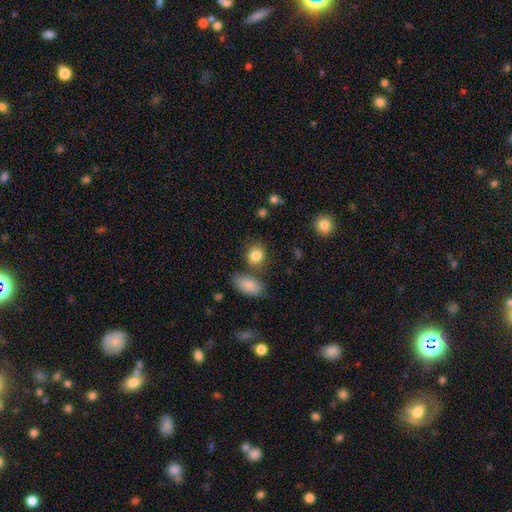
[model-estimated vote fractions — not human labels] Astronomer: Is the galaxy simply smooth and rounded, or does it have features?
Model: smooth — 85%.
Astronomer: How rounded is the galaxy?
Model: round — 67%.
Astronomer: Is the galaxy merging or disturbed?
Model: none — 69%.